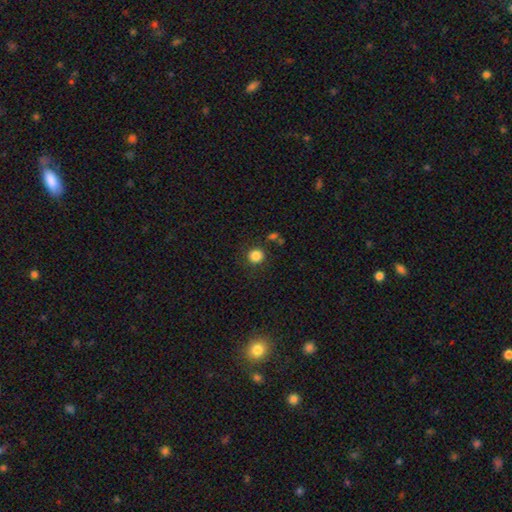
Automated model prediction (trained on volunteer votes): Smooth or featured?
  - smooth: 85% *
  - star or artifact: 11%
  - featured or disk: 5%
How rounded?
  - round: 92% *
  - in between: 7%
  - cigar-shaped: 1%
Merging?
  - none: 84% *
  - minor disturbance: 9%
  - merger: 4%
  - major disturbance: 4%